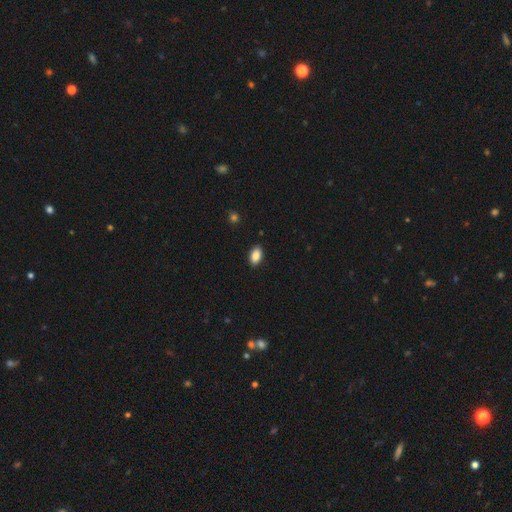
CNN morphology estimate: Smooth or featured? Predicted: smooth (p=0.86). How rounded? Predicted: in between (p=0.92). Merging? Predicted: none (p=0.89).